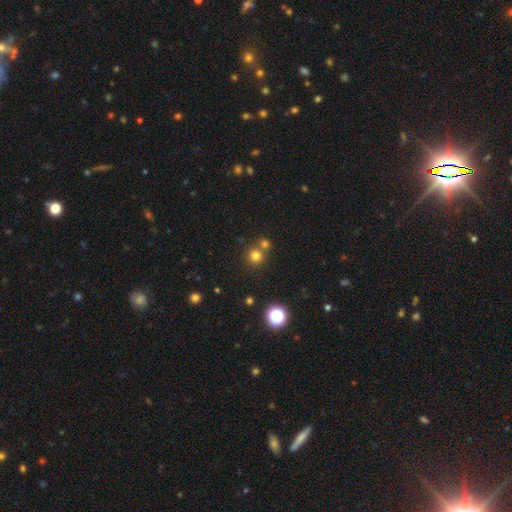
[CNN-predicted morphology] Smooth or featured? Predicted: smooth (p=0.75). How rounded? Predicted: round (p=0.92). Merging? Predicted: none (p=0.64).